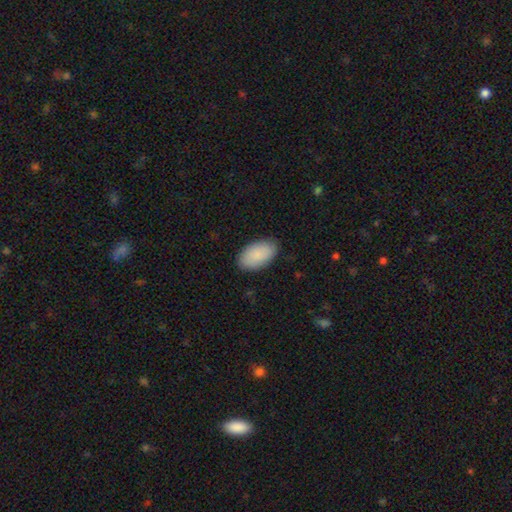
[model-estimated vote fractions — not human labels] smooth_or_featured: smooth (p=0.88) [alt: featured or disk p=0.07]
how_rounded: in between (p=0.95) [alt: round p=0.03]
merging: none (p=0.85) [alt: minor disturbance p=0.12]